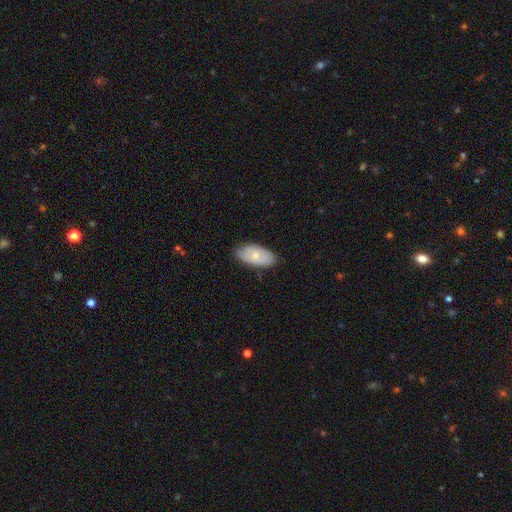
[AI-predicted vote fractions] Smooth or featured? Predicted: smooth (p=0.68). How rounded? Predicted: in between (p=0.94). Merging? Predicted: none (p=0.79).